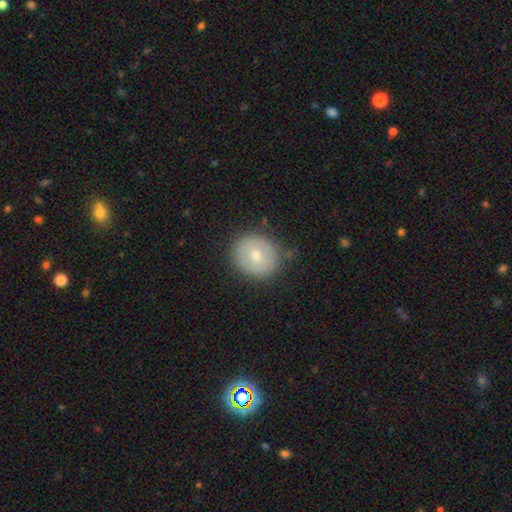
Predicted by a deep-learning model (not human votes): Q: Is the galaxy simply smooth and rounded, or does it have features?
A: smooth — 63%.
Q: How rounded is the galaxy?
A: round — 83%.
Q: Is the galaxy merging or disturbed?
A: none — 84%.